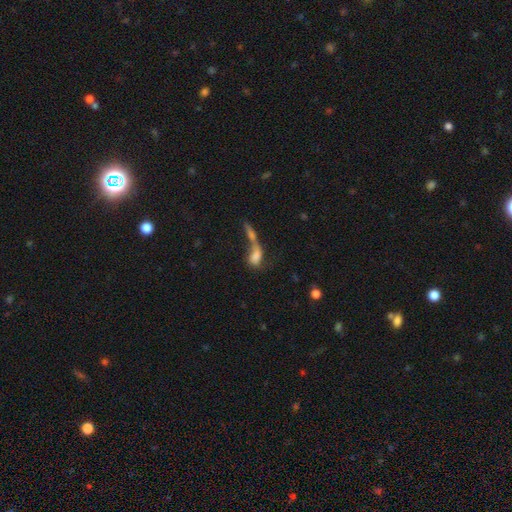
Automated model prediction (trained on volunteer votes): Smooth or featured? Predicted: smooth (p=0.64). How rounded? Predicted: in between (p=0.72). Merging? Predicted: merger (p=0.64).